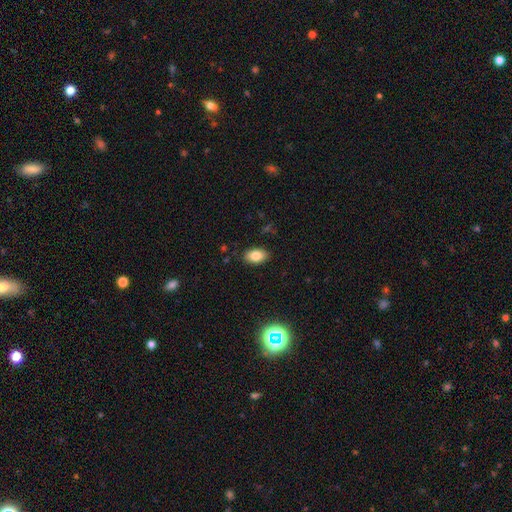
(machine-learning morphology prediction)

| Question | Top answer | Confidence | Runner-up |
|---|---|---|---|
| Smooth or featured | smooth | 83% | star or artifact (9%) |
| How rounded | in between | 90% | round (8%) |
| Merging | none | 87% | minor disturbance (9%) |